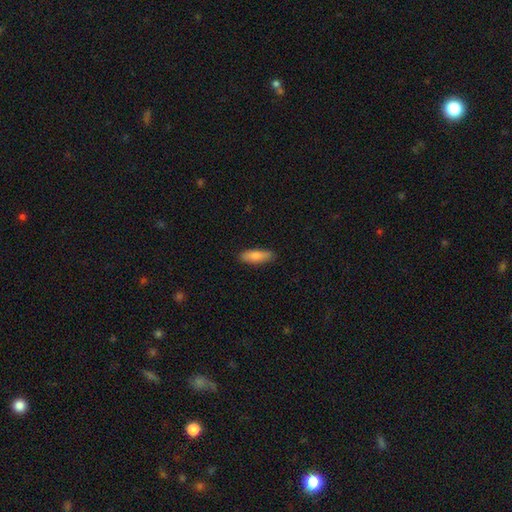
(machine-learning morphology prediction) Overall: smooth (83%). How rounded: in between (51%; cigar-shaped 48%). Merging: none (85%).